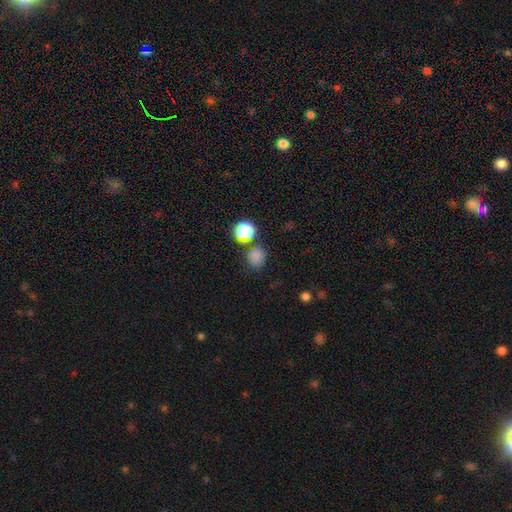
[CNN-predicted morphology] Q: Smooth or featured?
A: smooth (74%); runner-up: star or artifact (21%)
Q: How rounded?
A: round (77%); runner-up: in between (22%)
Q: Merging?
A: none (69%); runner-up: merger (15%)